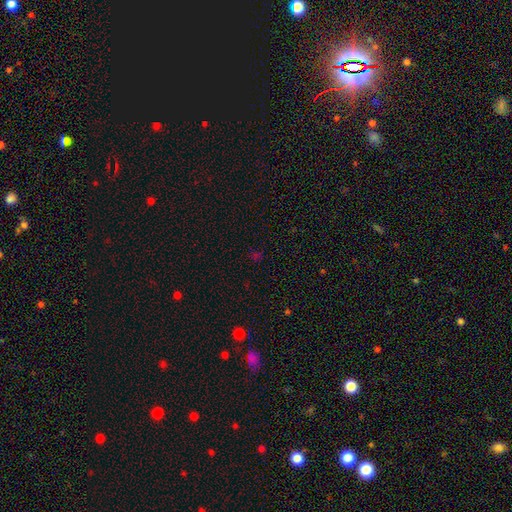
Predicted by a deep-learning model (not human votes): Smooth or featured? star or artifact (57%)